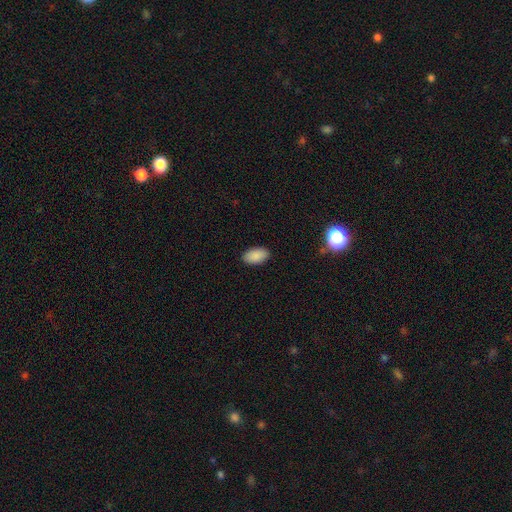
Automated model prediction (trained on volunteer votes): Smooth or featured? Predicted: smooth (p=0.89). How rounded? Predicted: in between (p=0.94). Merging? Predicted: none (p=0.89).